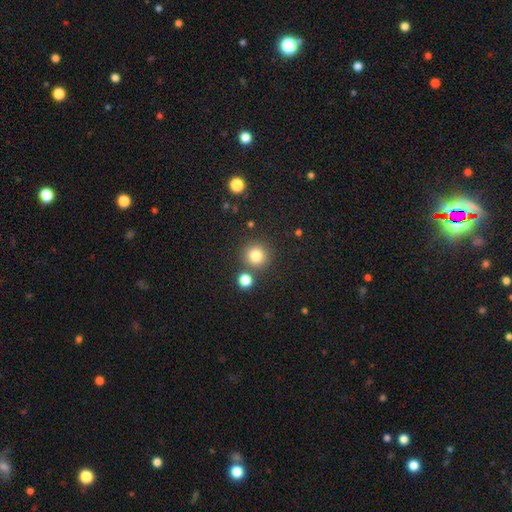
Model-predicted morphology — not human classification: smooth 80%, star or artifact 14%, featured or disk 6%. Down the decision tree: how rounded — round (94%); merging — none (82%).